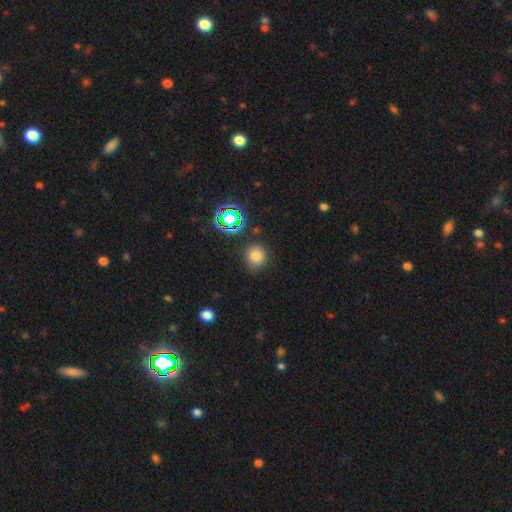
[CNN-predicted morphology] smooth 74%, star or artifact 20%, featured or disk 7%. Down the decision tree: how rounded — round (84%); merging — none (83%).